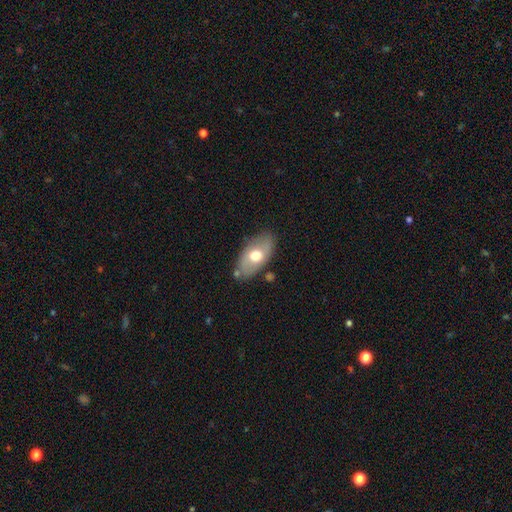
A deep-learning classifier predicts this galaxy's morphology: type=smooth (57%); roundness=in between (92%); merging=none (75%).